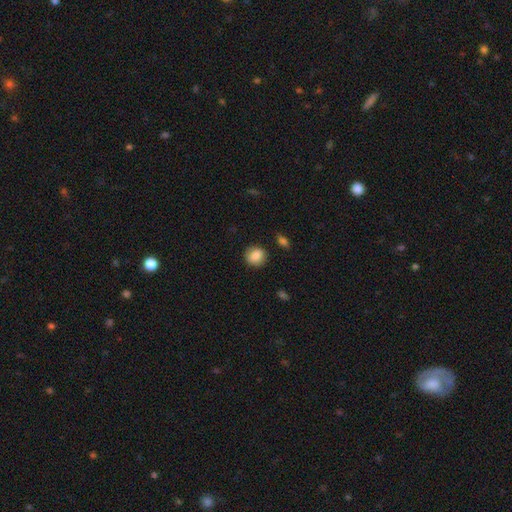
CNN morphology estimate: type=smooth (85%); roundness=round (83%); merging=none (86%).